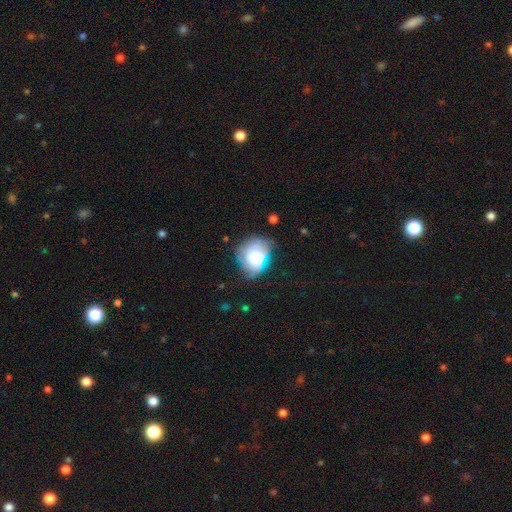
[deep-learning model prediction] A smooth galaxy with no disk features (60%) that is round (56%). Merging: none (56%).